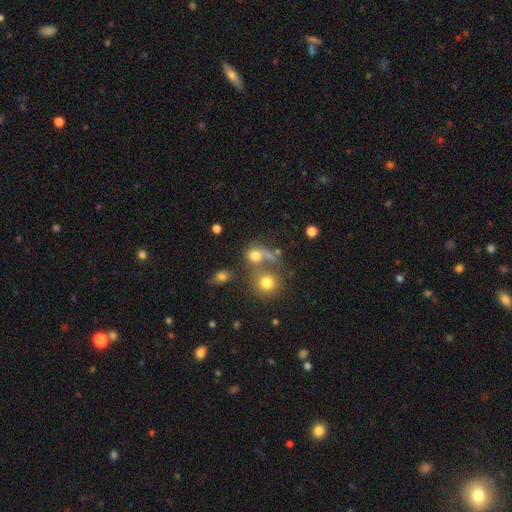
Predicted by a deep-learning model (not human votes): Overall: smooth (70%). How rounded: round (69%). Merging: merger (42%; none 33%).